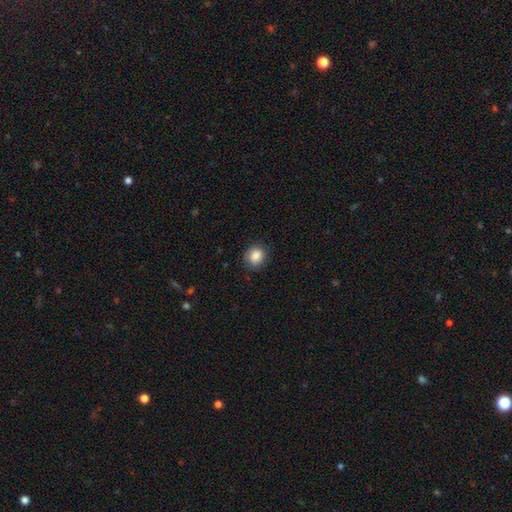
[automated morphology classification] A smooth galaxy with no disk features (85%) that is round (76%).

Vote fractions:
- Smooth or featured? smooth: 85% / star or artifact: 9% / featured or disk: 6%
- How rounded? round: 76% / in between: 23% / cigar-shaped: 1%
- Merging? none: 79% / minor disturbance: 16% / major disturbance: 4% / merger: 1%